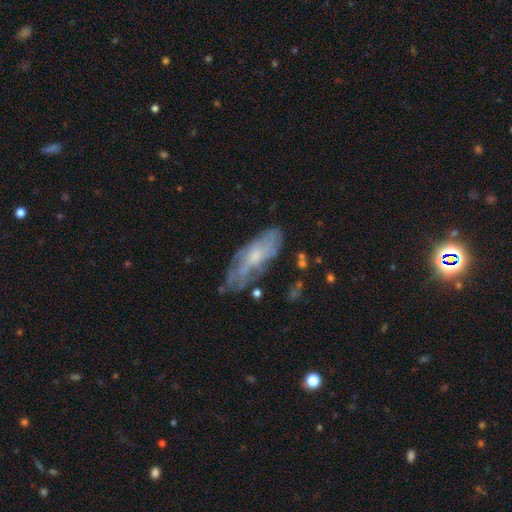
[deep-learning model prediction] The model was most divided on "smooth or featured": featured or disk: 57%, smooth: 35%, star or artifact: 8%. More confident: edge-on disk — no (78%); merging — none (61%).